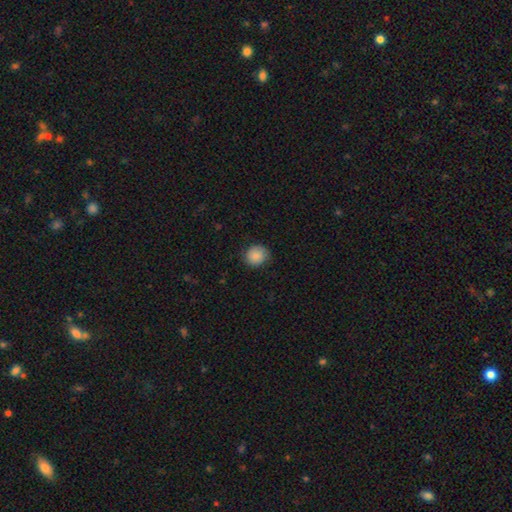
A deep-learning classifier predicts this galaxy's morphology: Q: Smooth or featured?
A: smooth (86%); runner-up: star or artifact (8%)
Q: How rounded?
A: round (83%); runner-up: in between (16%)
Q: Merging?
A: none (81%); runner-up: minor disturbance (15%)